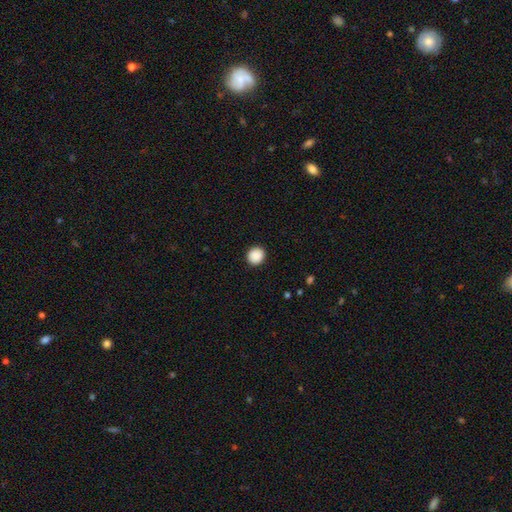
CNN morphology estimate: type=smooth (90%); roundness=round (87%); merging=none (92%).